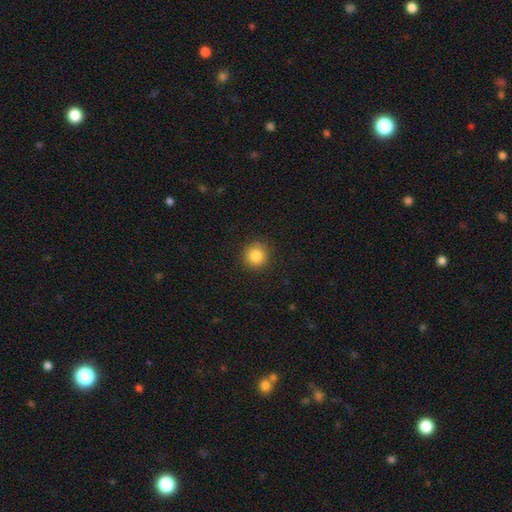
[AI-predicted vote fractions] Smooth or featured? smooth (85%)
How rounded? round (93%)
Merging? none (90%)